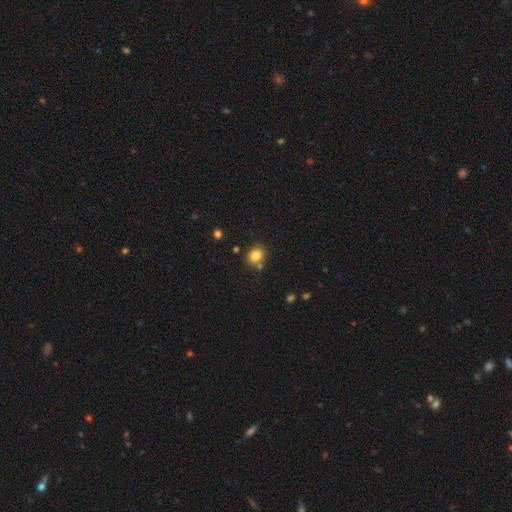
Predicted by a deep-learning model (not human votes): The model was most divided on "how rounded": round: 74%, in between: 25%, cigar-shaped: 1%. More confident: smooth or featured — smooth (82%); merging — none (75%).